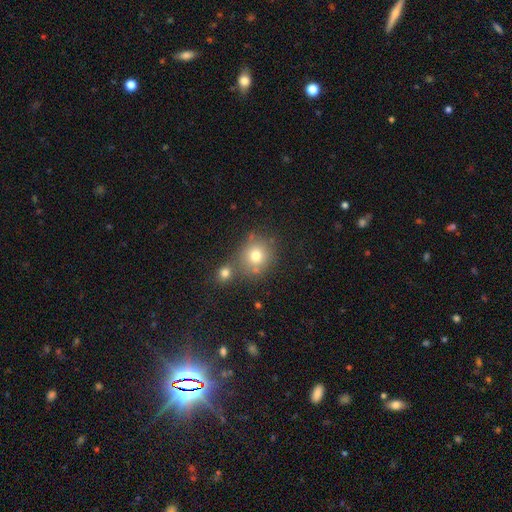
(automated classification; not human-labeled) Q: Smooth or featured?
A: smooth (74%); runner-up: star or artifact (14%)
Q: How rounded?
A: round (84%); runner-up: in between (15%)
Q: Merging?
A: none (61%); runner-up: merger (24%)